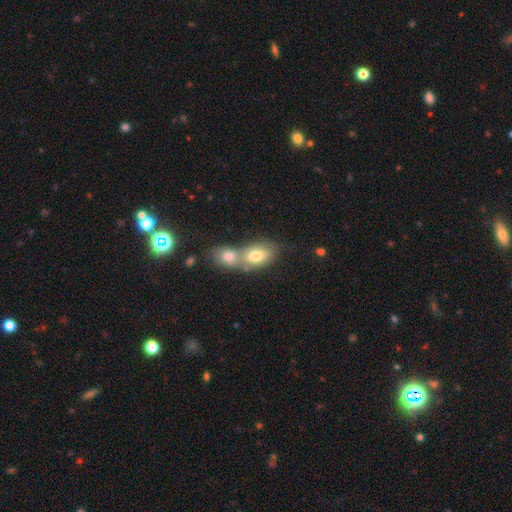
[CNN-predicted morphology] This appears to be a smooth galaxy with no disk features (75%) that is in between round and cigar-shaped (80%). Merging: merger (63%).